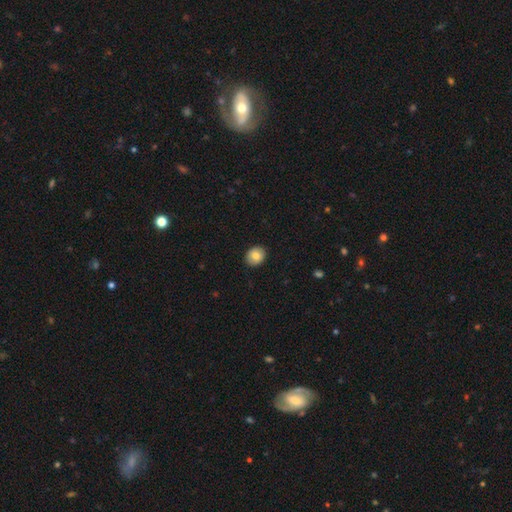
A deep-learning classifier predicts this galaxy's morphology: smooth_or_featured: smooth (p=0.80) [alt: featured or disk p=0.13]
how_rounded: round (p=0.58) [alt: in between p=0.41]
merging: none (p=0.90) [alt: minor disturbance p=0.08]